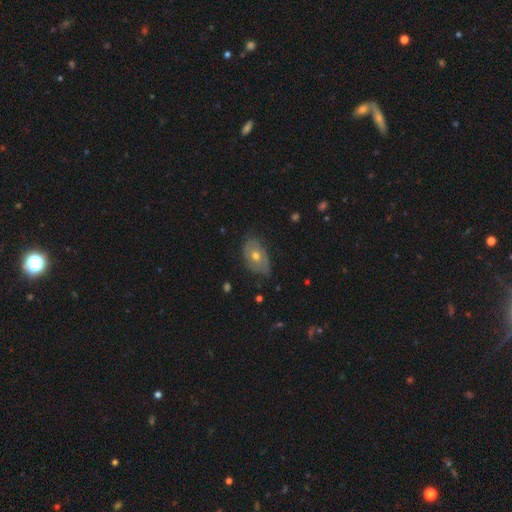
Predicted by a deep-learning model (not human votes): This appears to be a featured or disk galaxy (51%). Merging: none (62%).